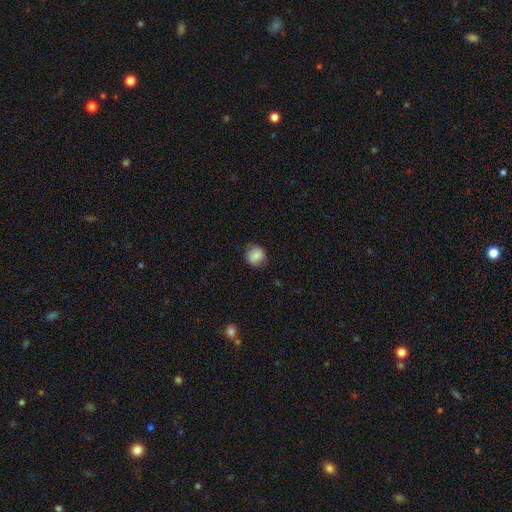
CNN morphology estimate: This appears to be a smooth galaxy with no disk features (81%) that is round (86%). Merging: none (79%).